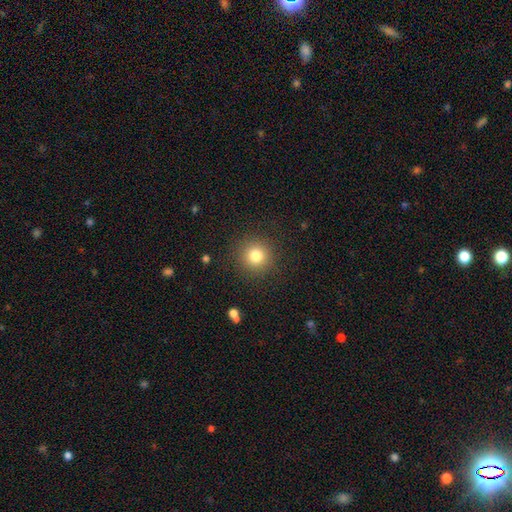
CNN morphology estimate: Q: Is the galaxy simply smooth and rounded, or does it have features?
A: smooth — 80%.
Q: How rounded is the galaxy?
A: round — 95%.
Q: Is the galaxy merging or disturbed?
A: none — 90%.